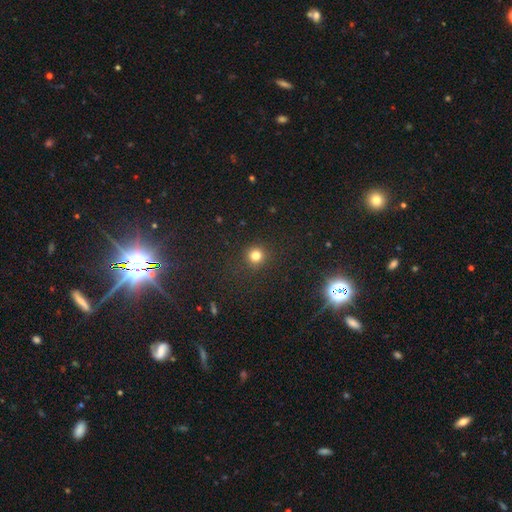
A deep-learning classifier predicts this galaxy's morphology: This appears to be a smooth galaxy with no disk features (80%) that is round (93%). Merging: none (90%).